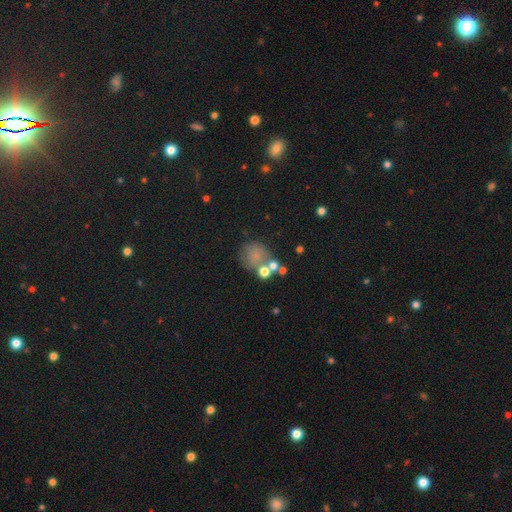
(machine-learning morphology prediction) Overall: smooth (65%). How rounded: round (83%). Merging: none (50%; merger 23%).